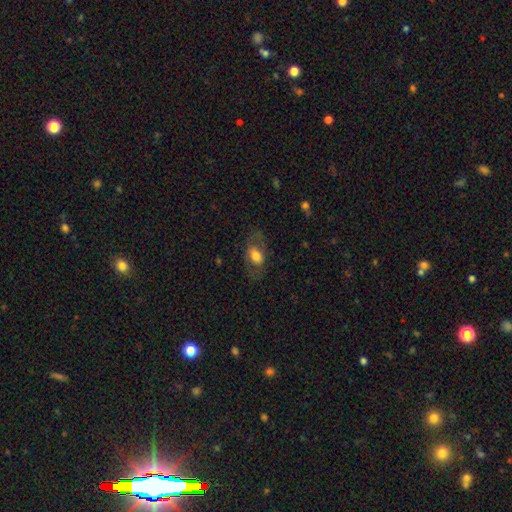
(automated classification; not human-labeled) Smooth or featured? Predicted: smooth (p=0.56). How rounded? Predicted: in between (p=0.85). Merging? Predicted: none (p=0.70).